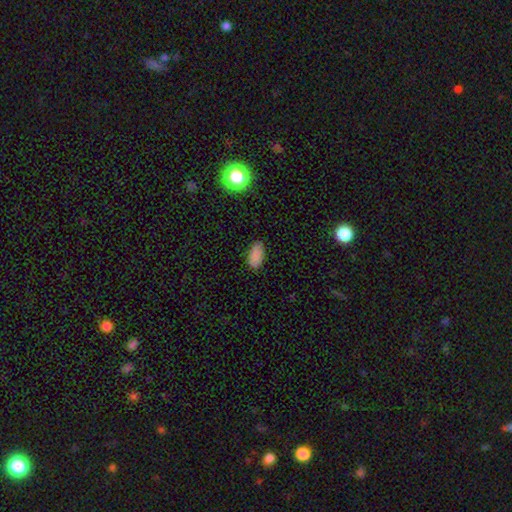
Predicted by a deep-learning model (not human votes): smooth 86%, star or artifact 10%, featured or disk 4%. Down the decision tree: how rounded — in between (93%); merging — none (82%).